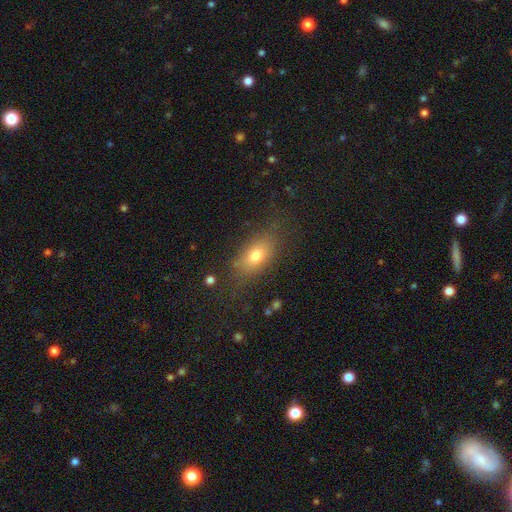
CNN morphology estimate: This appears to be a smooth galaxy with no disk features (74%) that is in between round and cigar-shaped (80%). Merging: none (75%).